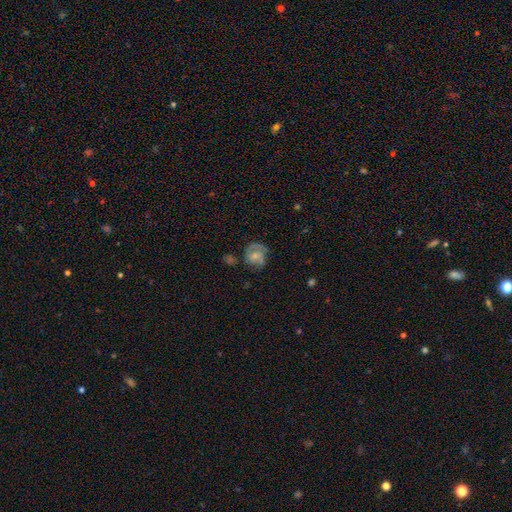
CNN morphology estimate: Q: Smooth or featured?
A: featured or disk (58%); runner-up: smooth (34%)
Q: Edge-on disk?
A: no (98%); runner-up: yes (2%)
Q: Bar?
A: no (63%); runner-up: weak (31%)
Q: Spiral arms?
A: yes (82%); runner-up: no (18%)
Q: Bulge size?
A: small (47%); runner-up: moderate (37%)
Q: Merging?
A: none (54%); runner-up: minor disturbance (25%)